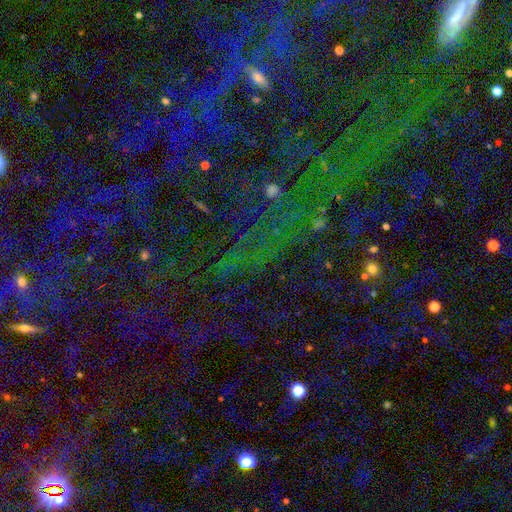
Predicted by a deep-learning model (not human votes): Q: Smooth or featured?
A: star or artifact (80%); runner-up: smooth (12%)